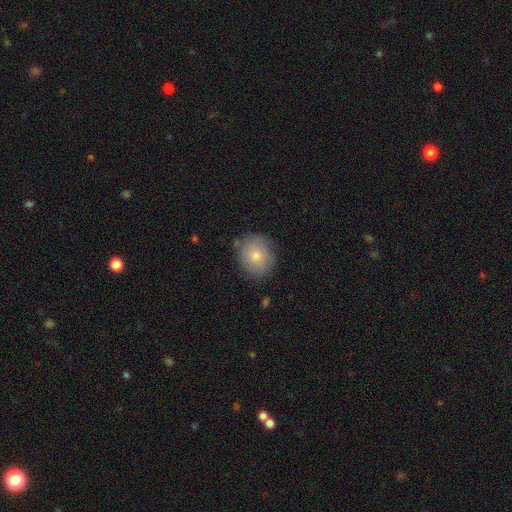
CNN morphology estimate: type=smooth (79%); roundness=round (77%); merging=none (78%).